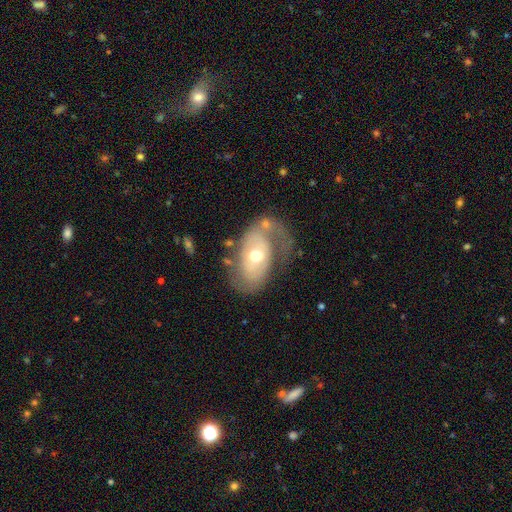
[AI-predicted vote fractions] The model was most divided on "merging": none: 42%, major disturbance: 26%, minor disturbance: 24%, merger: 8%. More confident: edge-on disk — no (94%); bulge size — moderate (72%); bar — no (71%); smooth or featured — featured or disk (66%); spiral arms — yes (61%).